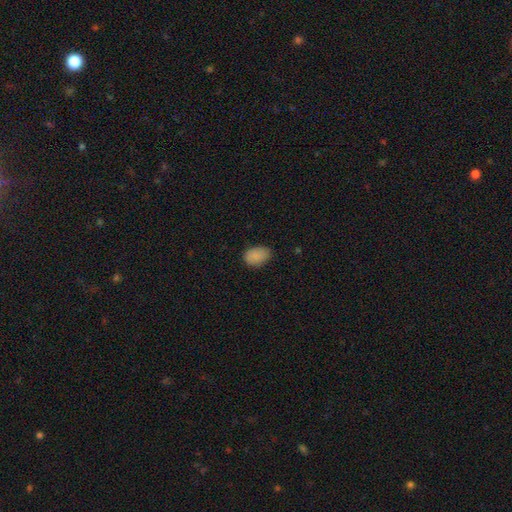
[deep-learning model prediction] Smooth or featured: smooth — 87% (star or artifact — 9%)
How rounded: in between — 84% (round — 15%)
Merging: none — 76% (minor disturbance — 19%)